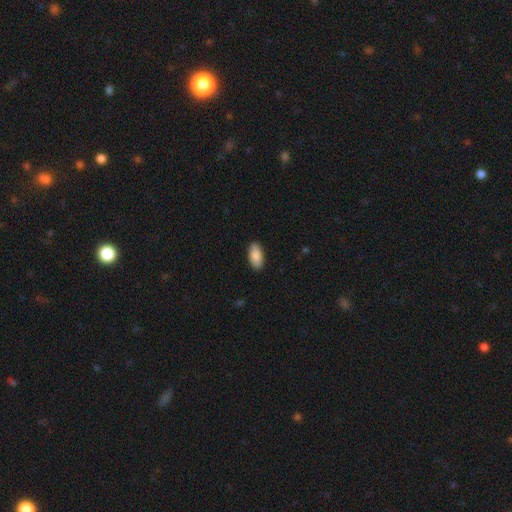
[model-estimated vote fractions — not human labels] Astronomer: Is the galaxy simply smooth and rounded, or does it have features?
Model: smooth — 88%.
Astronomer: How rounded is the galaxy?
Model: in between — 93%.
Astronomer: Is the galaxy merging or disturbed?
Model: none — 90%.